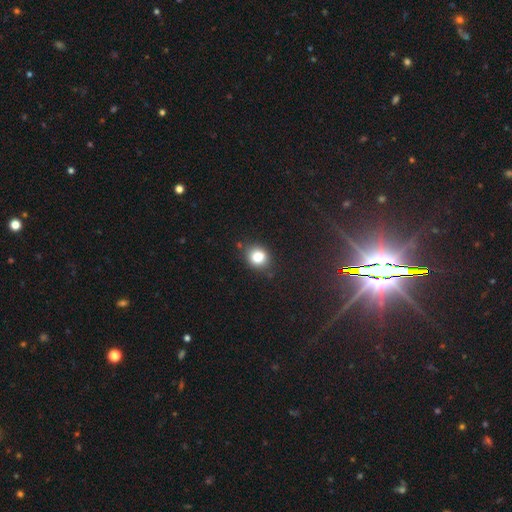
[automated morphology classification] A smooth galaxy with no disk features (81%) that is round (72%).

Vote fractions:
- Smooth or featured? smooth: 81% / star or artifact: 12% / featured or disk: 7%
- How rounded? round: 72% / in between: 27% / cigar-shaped: 1%
- Merging? none: 80% / minor disturbance: 13% / major disturbance: 3% / merger: 3%